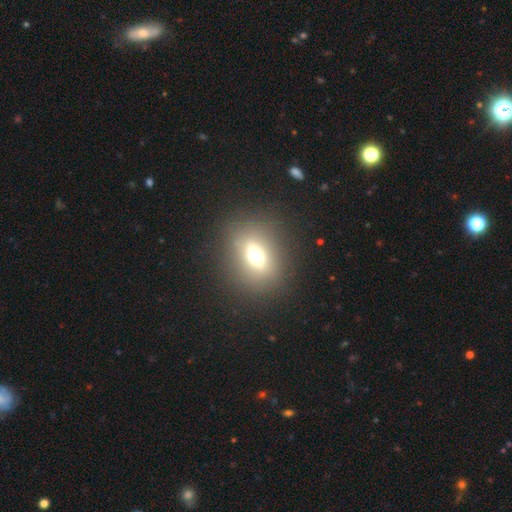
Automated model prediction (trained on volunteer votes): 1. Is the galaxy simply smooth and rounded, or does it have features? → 51% smooth, 31% featured or disk, 19% star or artifact.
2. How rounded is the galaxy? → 53% in between, 40% round, 6% cigar-shaped.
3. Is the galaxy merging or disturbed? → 84% none, 8% minor disturbance, 5% major disturbance, 2% merger.